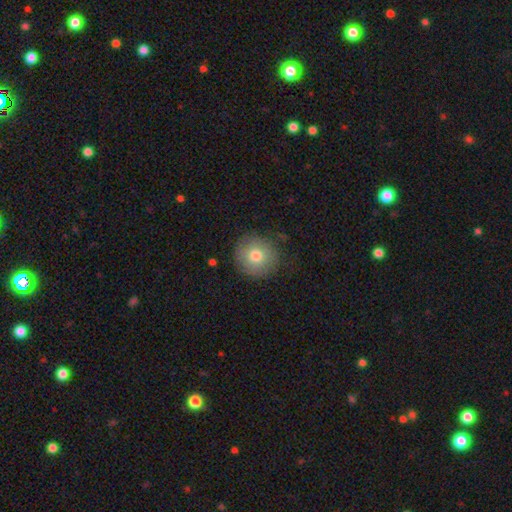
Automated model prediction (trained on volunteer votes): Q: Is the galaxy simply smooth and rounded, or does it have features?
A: smooth — 75%.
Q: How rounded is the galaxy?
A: round — 93%.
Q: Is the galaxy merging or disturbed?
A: none — 81%.